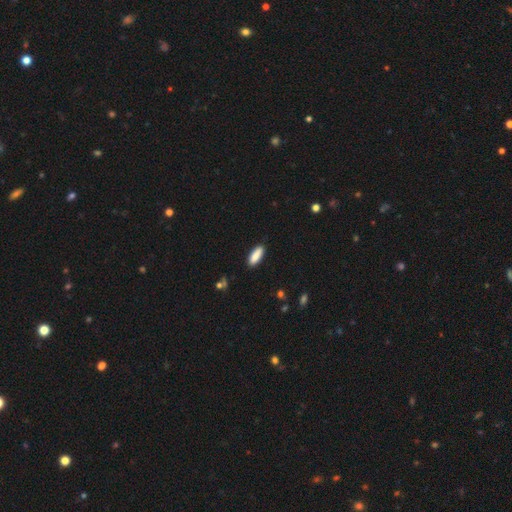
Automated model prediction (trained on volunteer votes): The model was most divided on "how rounded": in between: 68%, cigar-shaped: 30%, round: 2%. More confident: merging — none (87%); smooth or featured — smooth (87%).